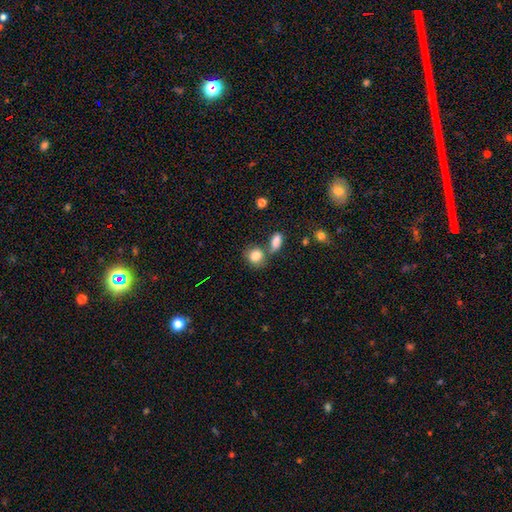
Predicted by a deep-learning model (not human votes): A smooth galaxy with no disk features (84%) that is round (64%).

Vote fractions:
- Smooth or featured? smooth: 84% / star or artifact: 9% / featured or disk: 7%
- How rounded? round: 64% / in between: 35% / cigar-shaped: 2%
- Merging? none: 55% / merger: 27% / minor disturbance: 13% / major disturbance: 4%